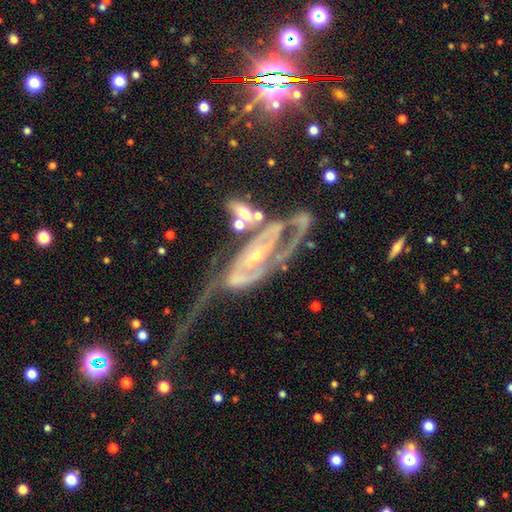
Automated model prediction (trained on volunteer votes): Smooth or featured: featured or disk — 87% (star or artifact — 7%)
Edge-on disk: no — 92% (yes — 8%)
Bar: no — 42% (weak — 31%)
Spiral arms: yes — 93% (no — 7%)
Spiral winding: tight — 40% (medium — 38%)
Spiral arm count: 2 — 63% (can't tell — 16%)
Bulge size: small — 70% (moderate — 23%)
Merging: major disturbance — 43% (merger — 22%)